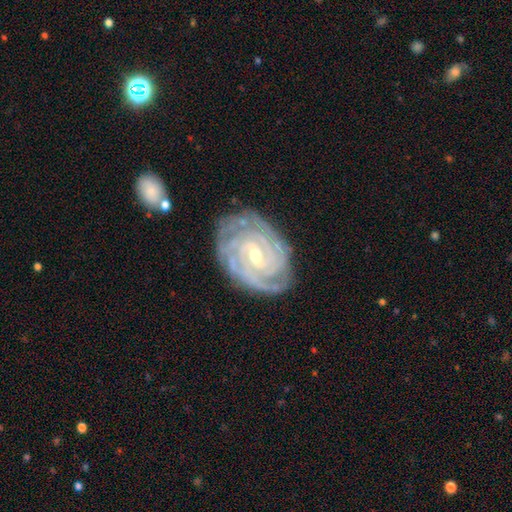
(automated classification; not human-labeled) A featured or disk galaxy (92%) with a weak bar (51%), 3 (27%) tight (82%) spiral arms (98%) and a small central bulge (55%). Merging: none (80%).